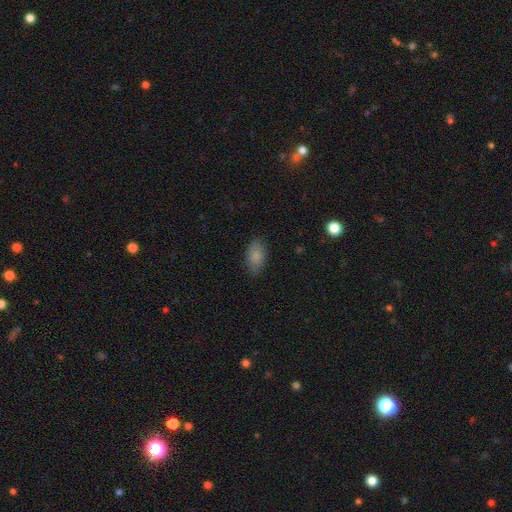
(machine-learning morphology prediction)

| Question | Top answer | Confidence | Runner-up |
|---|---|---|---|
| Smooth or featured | smooth | 86% | star or artifact (8%) |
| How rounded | in between | 92% | round (4%) |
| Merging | none | 84% | minor disturbance (12%) |